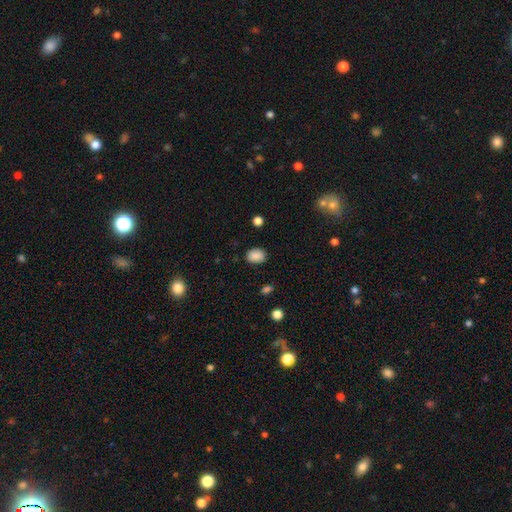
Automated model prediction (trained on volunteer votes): smooth-or-featured: smooth: 87% | star or artifact: 9% | featured or disk: 5%
  how-rounded: in between: 61% | round: 38% | cigar-shaped: 1%
  merging: none: 82% | minor disturbance: 14% | major disturbance: 3% | merger: 1%